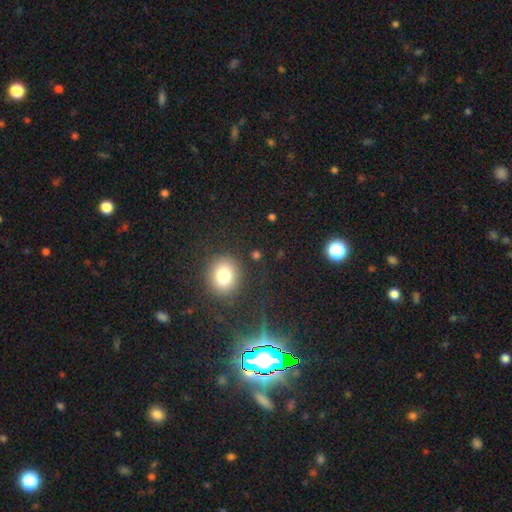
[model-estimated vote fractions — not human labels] This appears to be a smooth galaxy with no disk features (66%) that is round (61%). Merging: none (88%).